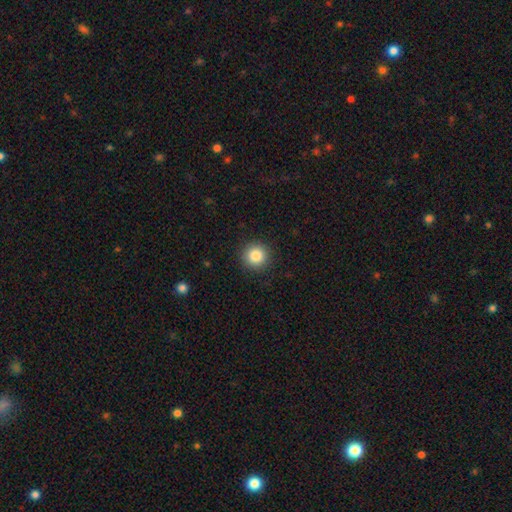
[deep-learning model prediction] Morphology: type=smooth (85%); roundness=round (95%); merging=none (92%).